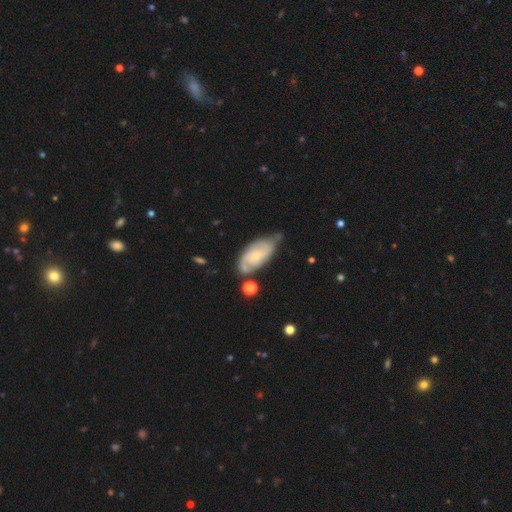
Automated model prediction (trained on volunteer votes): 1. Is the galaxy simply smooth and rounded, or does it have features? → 61% featured or disk, 33% smooth, 6% star or artifact.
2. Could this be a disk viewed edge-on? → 93% no, 7% yes.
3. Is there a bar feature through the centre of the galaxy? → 74% no, 22% weak, 4% strong.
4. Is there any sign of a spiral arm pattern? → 82% yes, 18% no.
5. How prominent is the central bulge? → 73% small, 22% moderate, 3% none, 1% large, 1% dominant.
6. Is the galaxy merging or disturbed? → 51% none, 31% minor disturbance, 9% merger, 8% major disturbance.